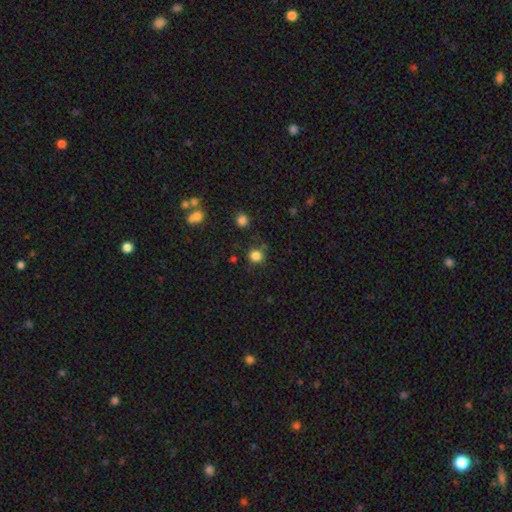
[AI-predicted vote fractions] Smooth or featured?
  - smooth: 82% *
  - star or artifact: 13%
  - featured or disk: 4%
How rounded?
  - round: 89% *
  - in between: 10%
  - cigar-shaped: 1%
Merging?
  - none: 80% *
  - minor disturbance: 11%
  - merger: 6%
  - major disturbance: 4%